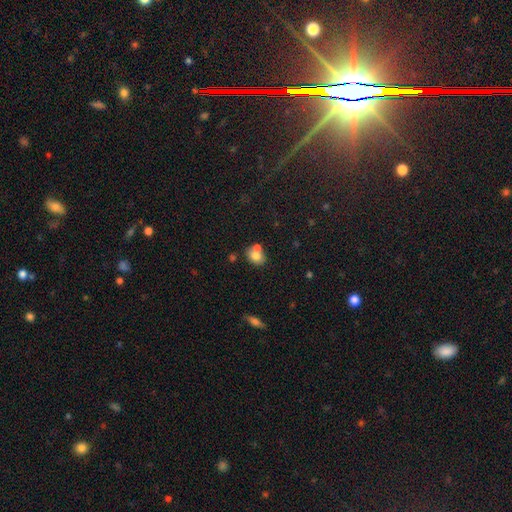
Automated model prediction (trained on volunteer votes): A smooth galaxy with no disk features (73%) that is in between round and cigar-shaped (53%).

Vote fractions:
- Smooth or featured? smooth: 73% / featured or disk: 17% / star or artifact: 10%
- How rounded? in between: 53% / round: 46% / cigar-shaped: 1%
- Merging? none: 51% / merger: 34% / minor disturbance: 12% / major disturbance: 3%